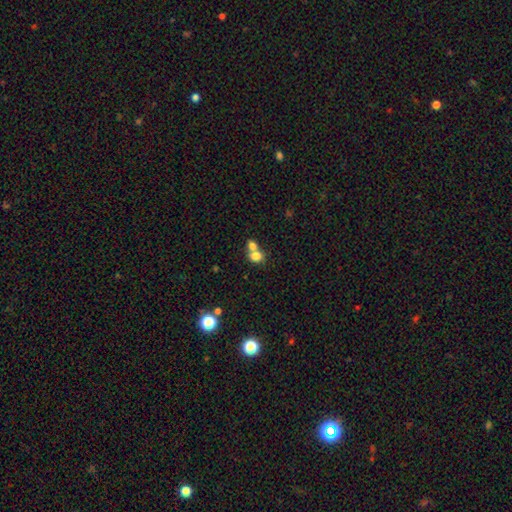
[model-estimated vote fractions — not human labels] Morphology: type=smooth (78%); roundness=round (56%); merging=merger (60%).